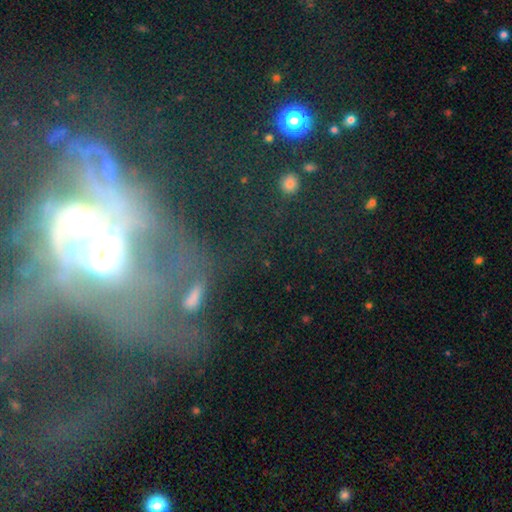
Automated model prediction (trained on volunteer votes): smooth-or-featured: featured or disk: 51% | star or artifact: 26% | smooth: 23%
  disk-edge-on: no: 90% | yes: 10%
  merging: merger: 37% | none: 26% | major disturbance: 25% | minor disturbance: 12%